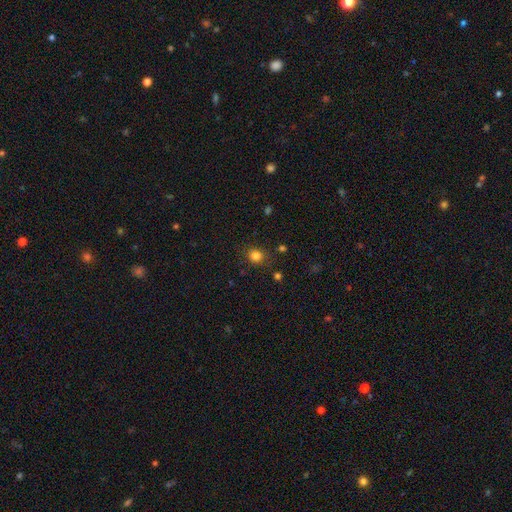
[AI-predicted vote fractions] Morphology: type=smooth (81%); roundness=round (79%); merging=none (83%).